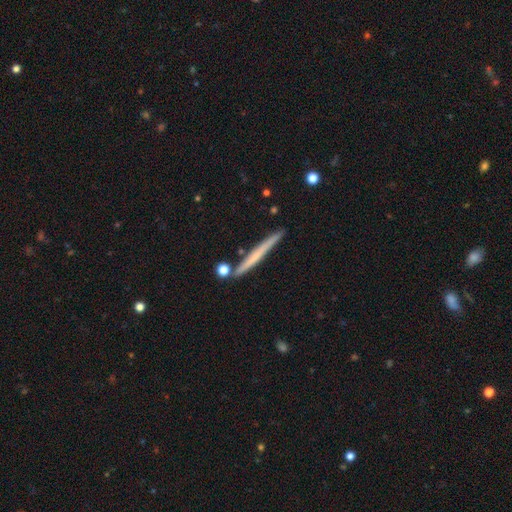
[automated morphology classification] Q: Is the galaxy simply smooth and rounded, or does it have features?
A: smooth — 50%.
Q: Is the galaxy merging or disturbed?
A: none — 86%.